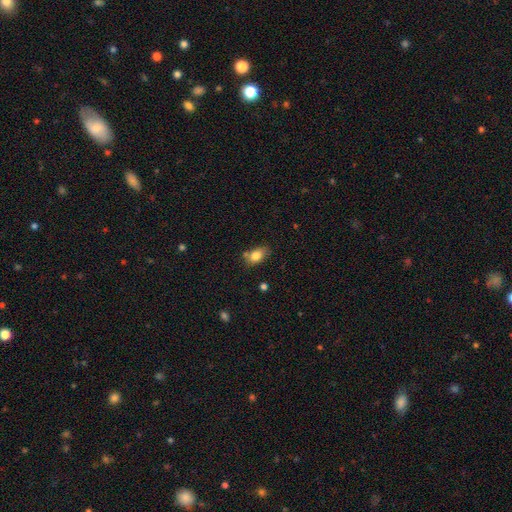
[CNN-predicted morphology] Smooth or featured: smooth — 81% (featured or disk — 10%)
How rounded: in between — 82% (round — 15%)
Merging: none — 62% (minor disturbance — 22%)